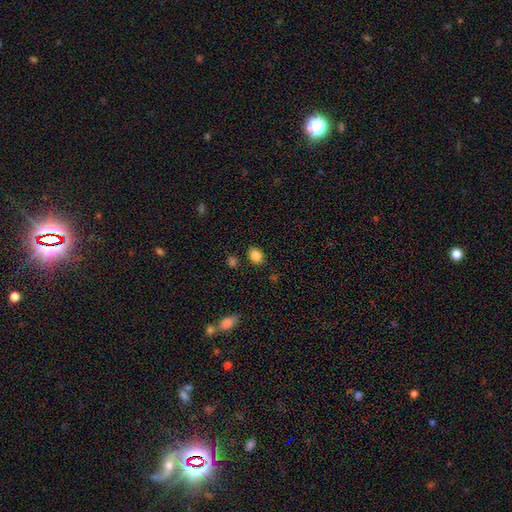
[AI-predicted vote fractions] Smooth or featured: smooth — 85% (star or artifact — 11%)
How rounded: in between — 55% (round — 44%)
Merging: none — 83% (minor disturbance — 11%)